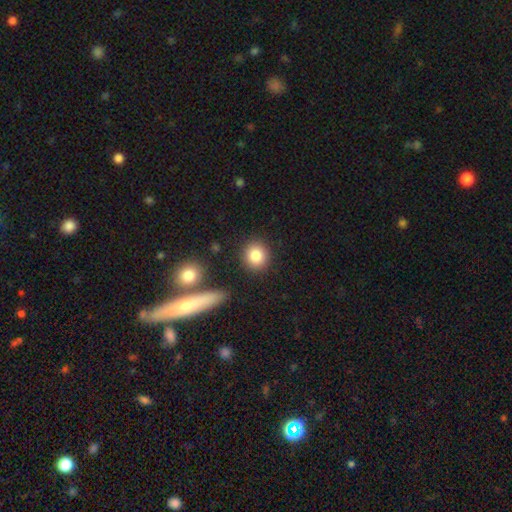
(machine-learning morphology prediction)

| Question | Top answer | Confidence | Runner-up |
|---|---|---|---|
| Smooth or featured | smooth | 85% | star or artifact (9%) |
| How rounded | round | 84% | in between (15%) |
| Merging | none | 87% | minor disturbance (7%) |